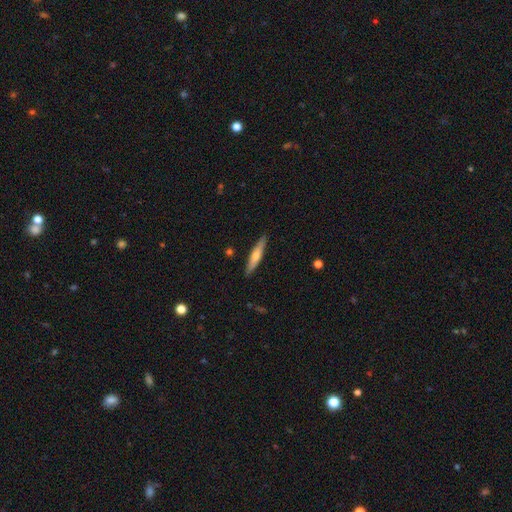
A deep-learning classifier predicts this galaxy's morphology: Overall: smooth (48%; featured or disk 46%). Merging: none (90%).